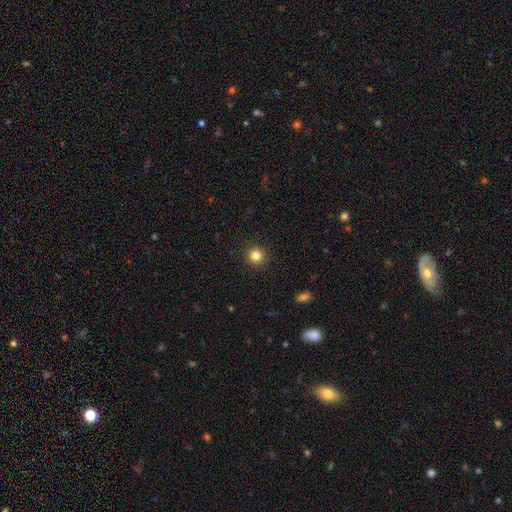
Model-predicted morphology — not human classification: Smooth or featured? Predicted: smooth (p=0.83). How rounded? Predicted: round (p=0.94). Merging? Predicted: none (p=0.93).